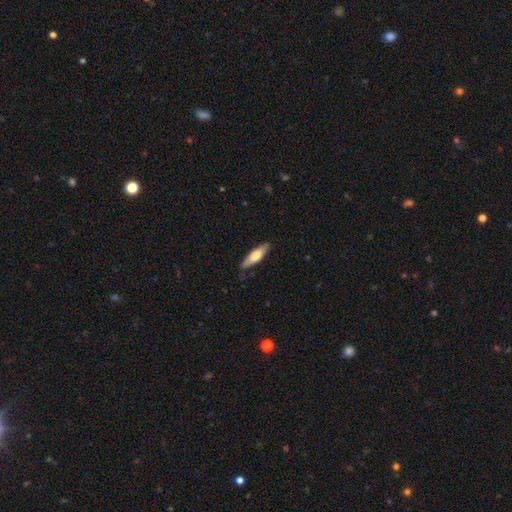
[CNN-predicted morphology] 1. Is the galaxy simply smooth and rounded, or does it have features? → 62% smooth, 32% featured or disk, 5% star or artifact.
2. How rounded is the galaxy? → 62% cigar-shaped, 36% in between, 2% round.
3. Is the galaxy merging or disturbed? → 83% none, 14% minor disturbance, 2% major disturbance, 1% merger.